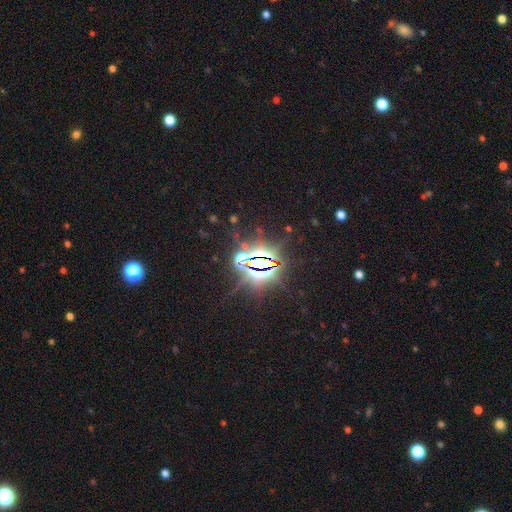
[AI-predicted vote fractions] Smooth or featured: star or artifact — 87% (smooth — 7%)